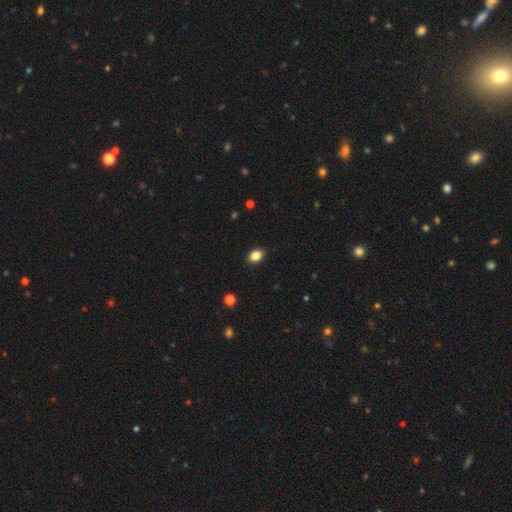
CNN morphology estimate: A smooth galaxy with no disk features (85%) that is in between round and cigar-shaped (81%).

Vote fractions:
- Smooth or featured? smooth: 85% / star or artifact: 9% / featured or disk: 6%
- How rounded? in between: 81% / round: 18% / cigar-shaped: 1%
- Merging? none: 89% / minor disturbance: 8% / major disturbance: 2% / merger: 1%